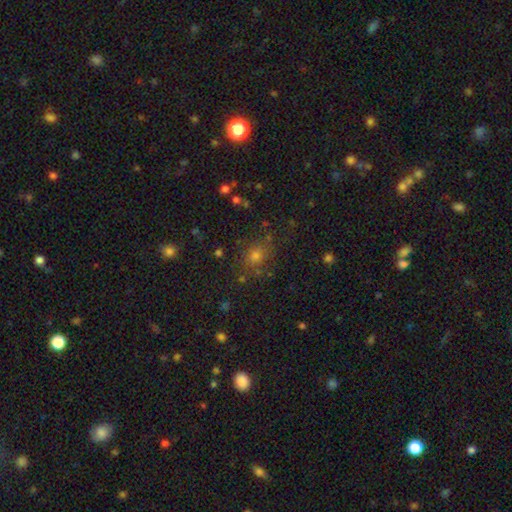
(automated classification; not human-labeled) This appears to be a smooth galaxy with no disk features (64%) that is round (71%). Merging: none (79%).